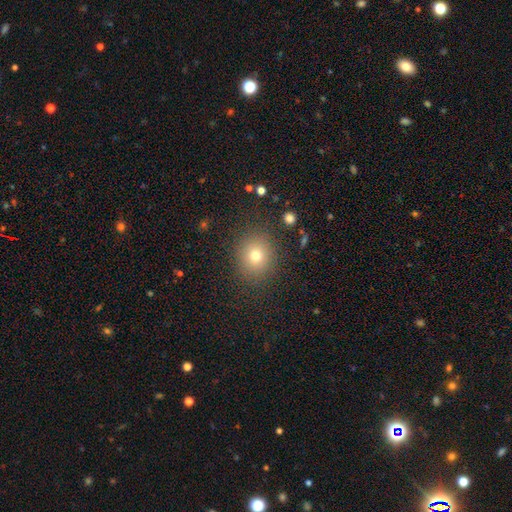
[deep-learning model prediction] Smooth or featured?
  - smooth: 74% *
  - star or artifact: 15%
  - featured or disk: 10%
How rounded?
  - round: 77% *
  - in between: 22%
  - cigar-shaped: 1%
Merging?
  - none: 87% *
  - minor disturbance: 8%
  - major disturbance: 3%
  - merger: 1%